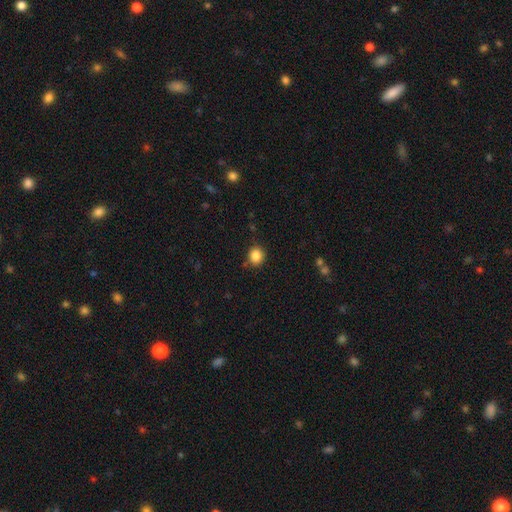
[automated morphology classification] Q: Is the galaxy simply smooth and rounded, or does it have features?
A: smooth — 86%.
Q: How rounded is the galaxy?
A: round — 74%.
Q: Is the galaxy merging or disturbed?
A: none — 83%.